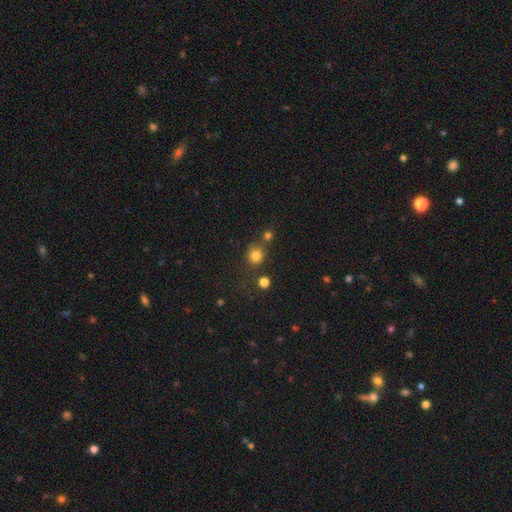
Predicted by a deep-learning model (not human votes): Smooth or featured? smooth (79%)
How rounded? round (87%)
Merging? none (65%)